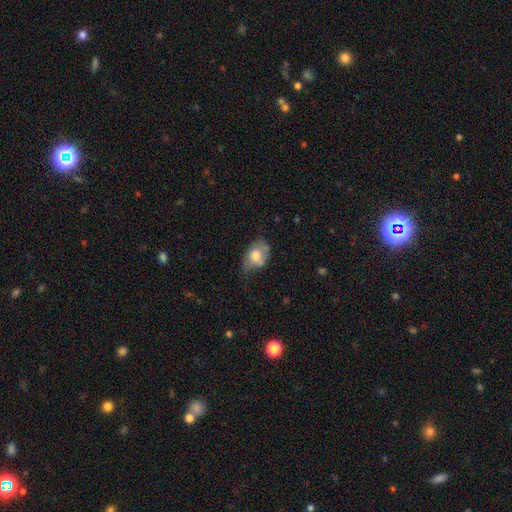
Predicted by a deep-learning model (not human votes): Smooth or featured?
  - smooth: 69% *
  - featured or disk: 24%
  - star or artifact: 7%
How rounded?
  - in between: 82% *
  - round: 17%
  - cigar-shaped: 1%
Merging?
  - minor disturbance: 42% *
  - none: 38%
  - major disturbance: 17%
  - merger: 3%